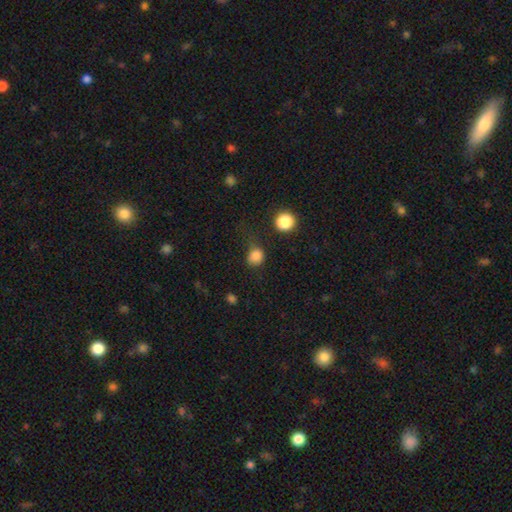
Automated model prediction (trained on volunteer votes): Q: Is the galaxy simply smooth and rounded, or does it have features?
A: smooth — 83%.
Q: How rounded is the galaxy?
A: round — 79%.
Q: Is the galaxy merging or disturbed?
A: none — 58%.